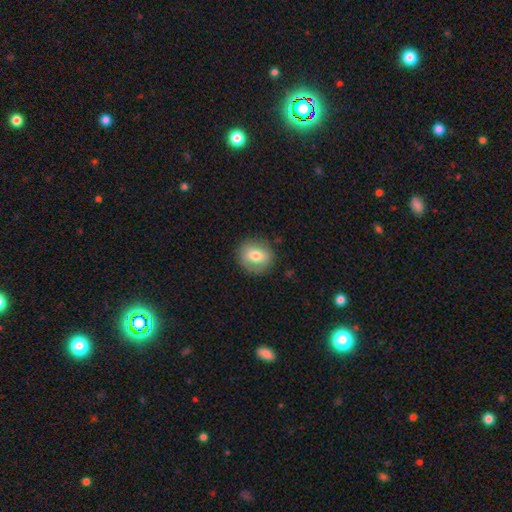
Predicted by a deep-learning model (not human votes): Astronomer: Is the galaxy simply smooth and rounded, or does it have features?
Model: smooth — 67%.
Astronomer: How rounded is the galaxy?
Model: round — 81%.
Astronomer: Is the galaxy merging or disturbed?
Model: none — 83%.